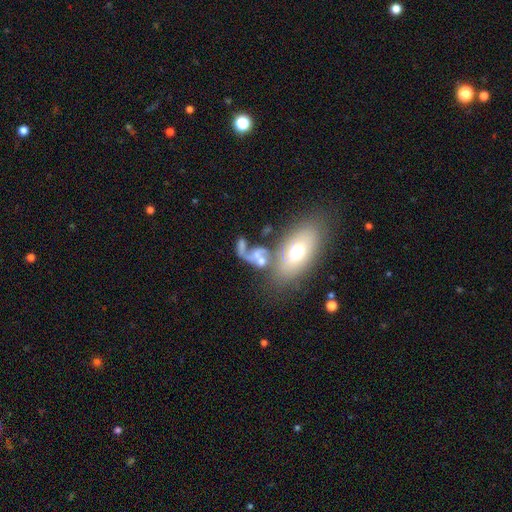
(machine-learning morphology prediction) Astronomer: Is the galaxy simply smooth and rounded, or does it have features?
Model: featured or disk — 52% (runner-up: smooth, 36%).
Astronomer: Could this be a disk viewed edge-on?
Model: no — 93%.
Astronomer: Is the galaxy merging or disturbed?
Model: merger — 47% (runner-up: major disturbance, 22%).